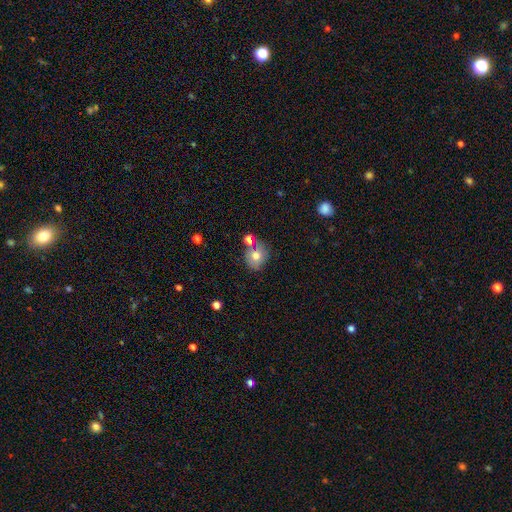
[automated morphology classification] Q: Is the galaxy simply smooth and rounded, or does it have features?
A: smooth — 71%.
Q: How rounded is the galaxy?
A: round — 67%.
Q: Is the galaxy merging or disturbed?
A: none — 61%.